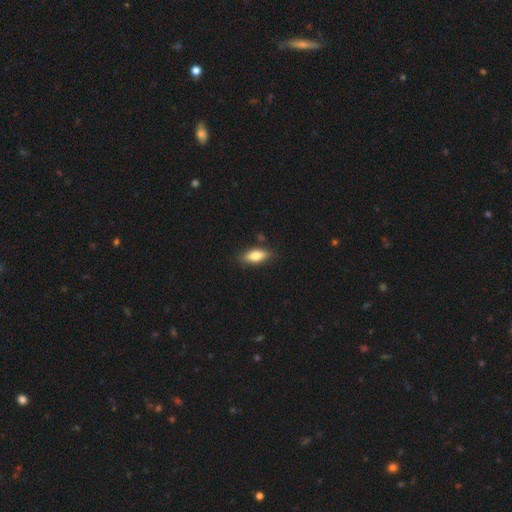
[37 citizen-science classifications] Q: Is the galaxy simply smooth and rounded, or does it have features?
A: smooth — 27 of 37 (73%).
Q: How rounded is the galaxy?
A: in between — 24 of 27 (89%).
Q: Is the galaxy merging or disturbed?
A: none — 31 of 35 (89%).